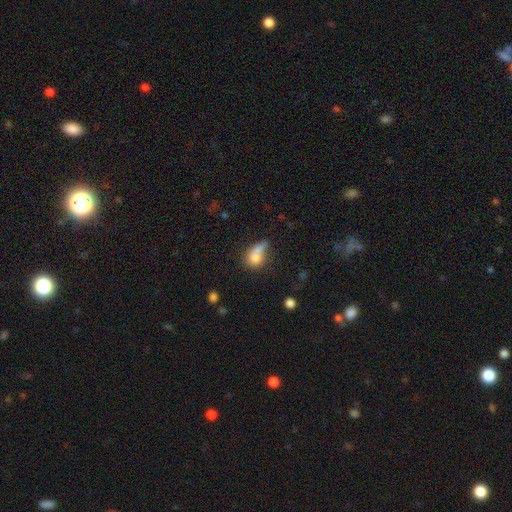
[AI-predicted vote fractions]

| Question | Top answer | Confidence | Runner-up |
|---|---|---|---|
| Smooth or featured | smooth | 71% | featured or disk (18%) |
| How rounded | in between | 62% | round (31%) |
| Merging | merger | 28% | none (26%) |